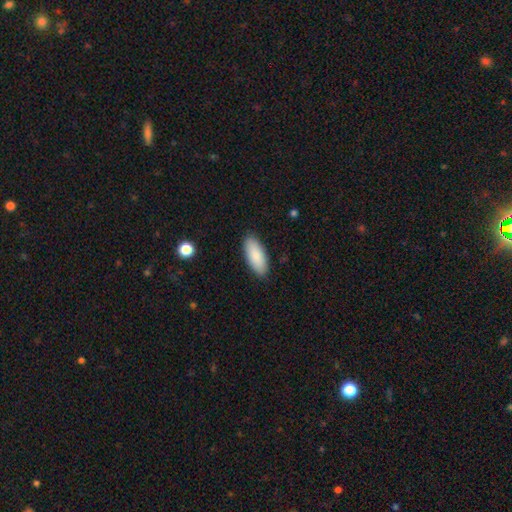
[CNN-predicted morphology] type=smooth (88%); roundness=in between (84%); merging=none (89%).